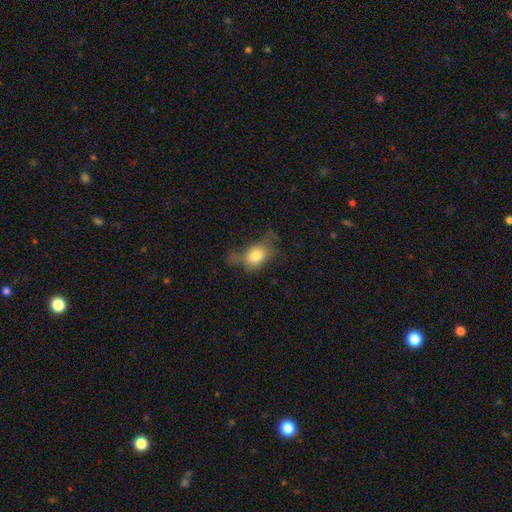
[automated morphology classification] A smooth galaxy with no disk features (74%) that is in between round and cigar-shaped (70%).

Vote fractions:
- Smooth or featured? smooth: 74% / featured or disk: 17% / star or artifact: 9%
- How rounded? in between: 70% / round: 27% / cigar-shaped: 3%
- Merging? none: 38% / minor disturbance: 30% / major disturbance: 28% / merger: 4%